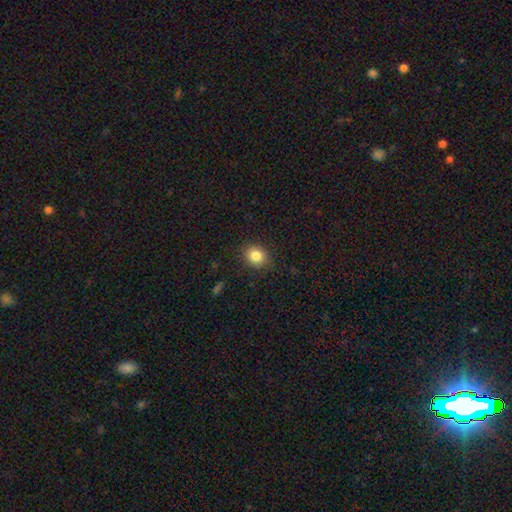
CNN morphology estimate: The model was most divided on "how rounded": round: 67%, in between: 33%, cigar-shaped: 1%. More confident: merging — none (87%); smooth or featured — smooth (84%).